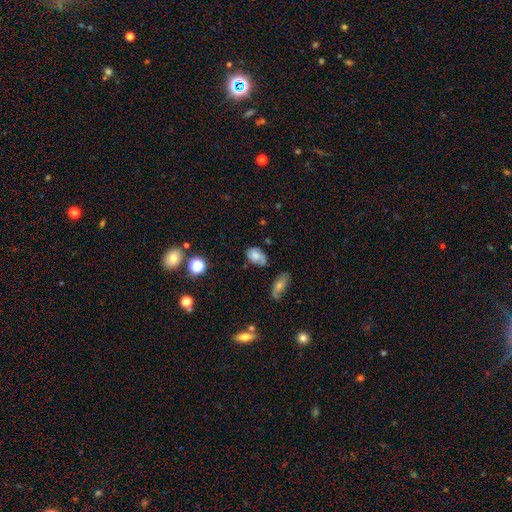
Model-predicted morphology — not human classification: smooth_or_featured: smooth (p=0.66) [alt: featured or disk p=0.22]
how_rounded: in between (p=0.80) [alt: round p=0.18]
merging: none (p=0.53) [alt: minor disturbance p=0.29]